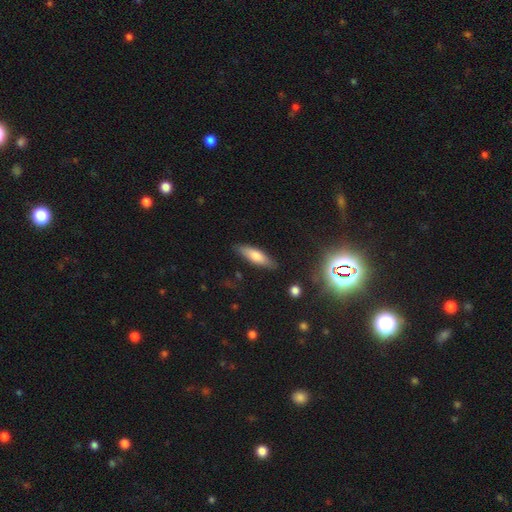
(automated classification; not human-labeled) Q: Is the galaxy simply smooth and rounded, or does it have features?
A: smooth — 70%.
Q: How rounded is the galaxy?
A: cigar-shaped — 57%.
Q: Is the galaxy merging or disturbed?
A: none — 85%.